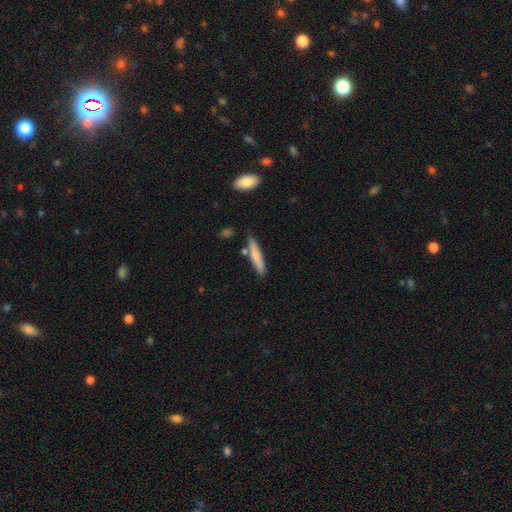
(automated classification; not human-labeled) This appears to be a smooth galaxy with no disk features (73%) that is cigar-shaped (88%). Merging: none (78%).